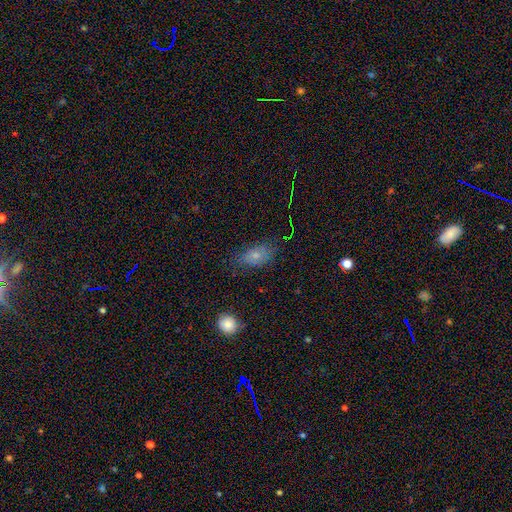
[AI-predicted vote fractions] Morphology: type=smooth (68%); roundness=in between (86%); merging=none (69%).